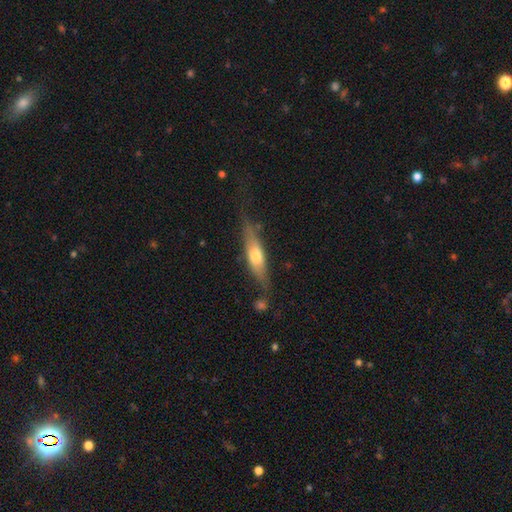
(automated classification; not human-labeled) Morphology: type=featured or disk (49%); merging=none (65%).